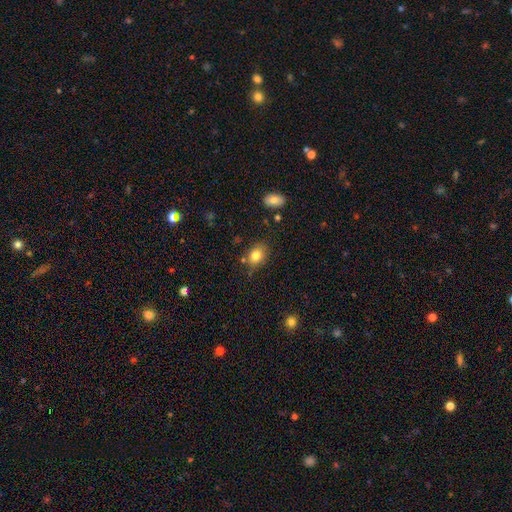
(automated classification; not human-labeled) Smooth or featured? smooth (82%)
How rounded? in between (64%)
Merging? none (74%)